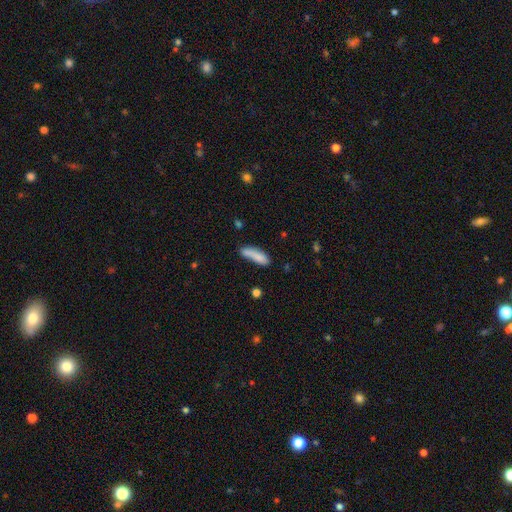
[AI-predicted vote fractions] smooth 83%, featured or disk 10%, star or artifact 7%. Down the decision tree: how rounded — cigar-shaped (63%); merging — none (60%).